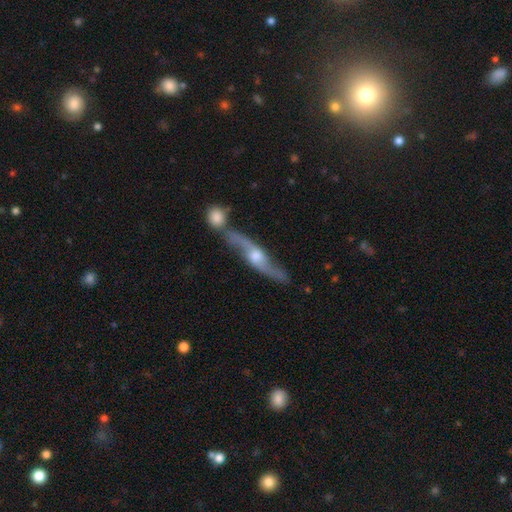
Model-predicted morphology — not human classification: Q: Smooth or featured?
A: featured or disk (80%); runner-up: smooth (12%)
Q: Edge-on disk?
A: yes (67%); runner-up: no (33%)
Q: Edge-on bulge?
A: rounded (89%); runner-up: none (6%)
Q: Merging?
A: none (60%); runner-up: merger (20%)